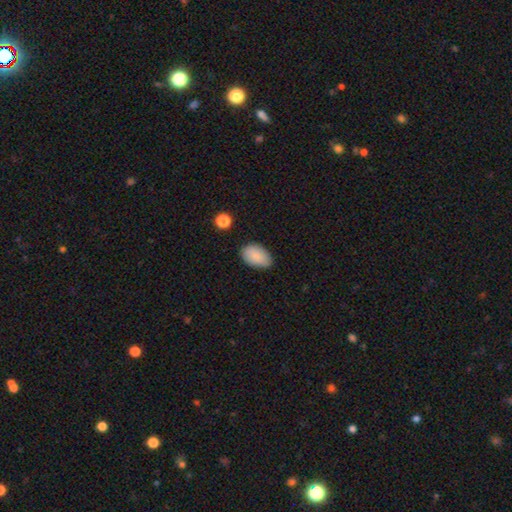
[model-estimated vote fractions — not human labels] Smooth or featured? Predicted: smooth (p=0.87). How rounded? Predicted: in between (p=0.92). Merging? Predicted: none (p=0.80).